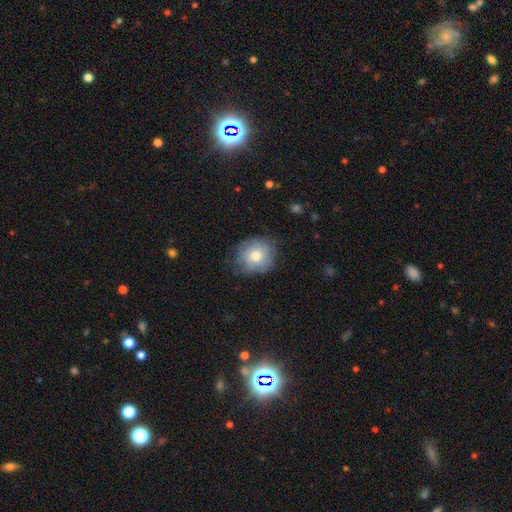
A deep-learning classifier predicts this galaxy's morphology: type=smooth (67%); roundness=round (85%); merging=none (75%).